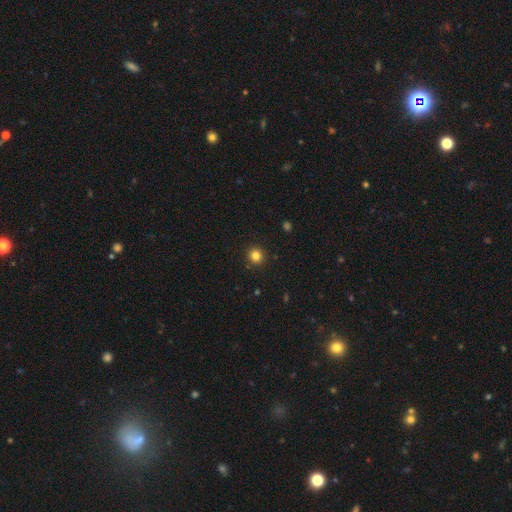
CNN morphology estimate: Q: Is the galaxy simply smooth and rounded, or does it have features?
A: smooth — 83%.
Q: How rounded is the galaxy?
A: round — 91%.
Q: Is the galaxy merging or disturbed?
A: none — 92%.